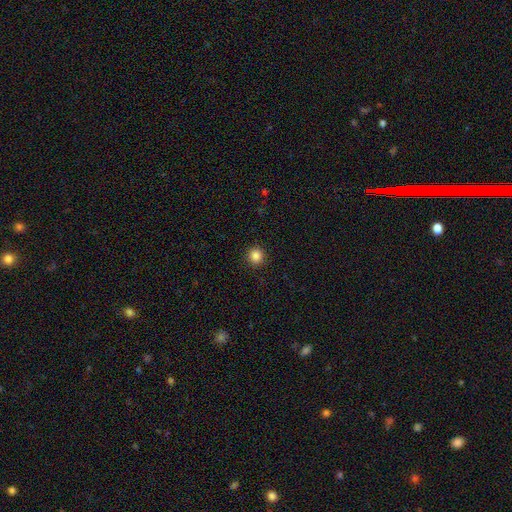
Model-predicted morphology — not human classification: The model was most divided on "smooth or featured": smooth: 85%, star or artifact: 11%, featured or disk: 3%. More confident: how rounded — round (95%); merging — none (92%).